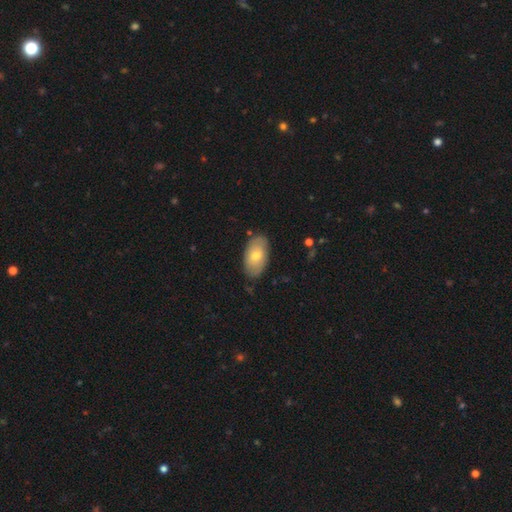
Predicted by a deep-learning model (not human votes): The model was most divided on "smooth or featured": smooth: 67%, featured or disk: 27%, star or artifact: 7%. More confident: how rounded — in between (94%); merging — none (82%).